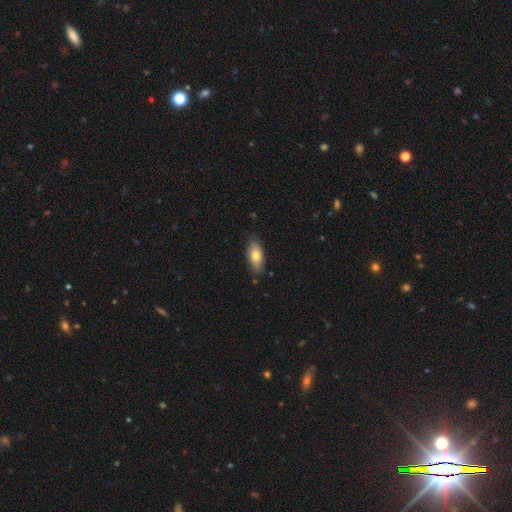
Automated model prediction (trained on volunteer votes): Smooth or featured?
  - smooth: 76% *
  - featured or disk: 17%
  - star or artifact: 7%
How rounded?
  - in between: 88% *
  - cigar-shaped: 9%
  - round: 3%
Merging?
  - none: 80% *
  - minor disturbance: 16%
  - major disturbance: 3%
  - merger: 2%